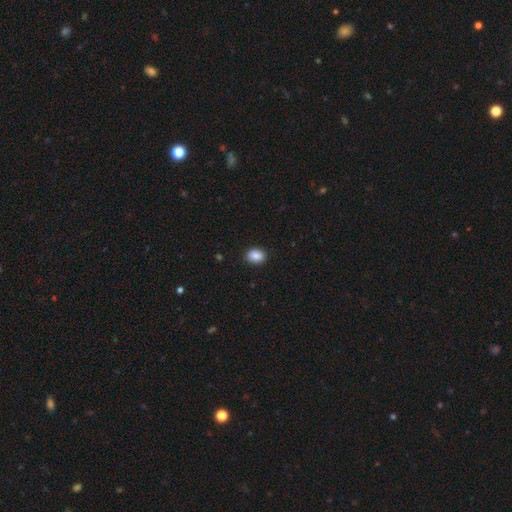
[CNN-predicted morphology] Smooth or featured?
  - smooth: 88% *
  - star or artifact: 8%
  - featured or disk: 4%
How rounded?
  - in between: 67% *
  - round: 32%
  - cigar-shaped: 1%
Merging?
  - none: 89% *
  - minor disturbance: 8%
  - major disturbance: 2%
  - merger: 1%